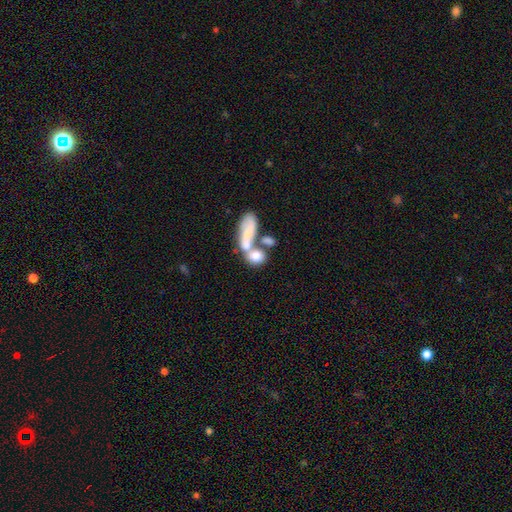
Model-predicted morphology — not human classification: Overall: smooth (70%). How rounded: in between (64%; round 26%). Merging: merger (57%; none 25%).